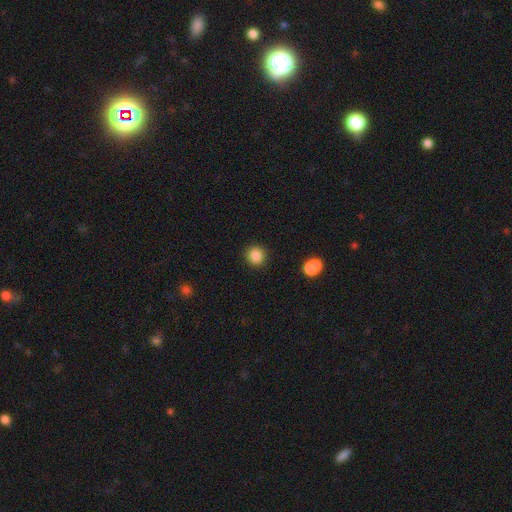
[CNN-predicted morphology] Q: Smooth or featured?
A: smooth (87%); runner-up: star or artifact (10%)
Q: How rounded?
A: round (89%); runner-up: in between (10%)
Q: Merging?
A: none (89%); runner-up: minor disturbance (6%)